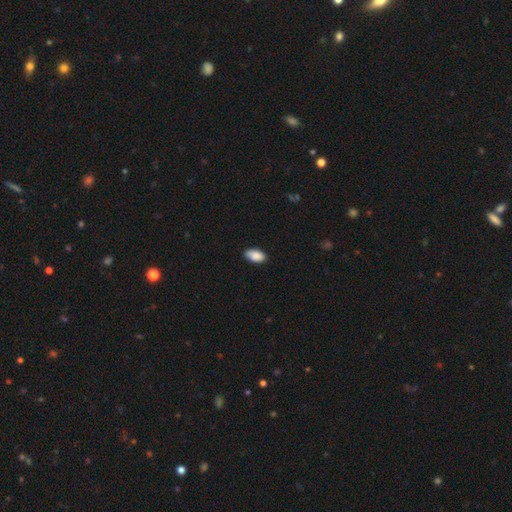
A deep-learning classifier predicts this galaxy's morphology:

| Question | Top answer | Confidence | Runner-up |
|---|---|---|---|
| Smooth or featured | smooth | 89% | star or artifact (6%) |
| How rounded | in between | 95% | round (3%) |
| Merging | none | 83% | minor disturbance (14%) |